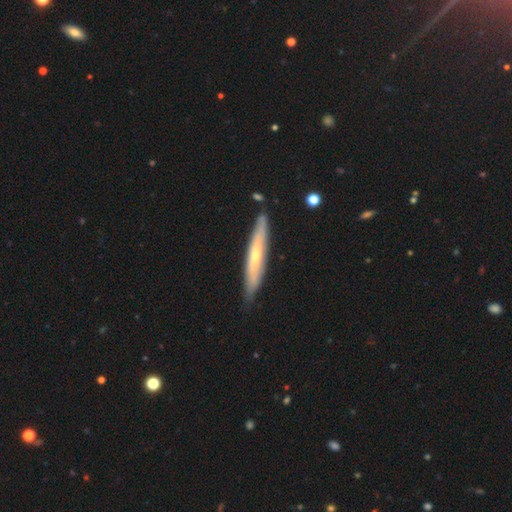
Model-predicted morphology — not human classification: Q: Smooth or featured?
A: featured or disk (52%); runner-up: smooth (43%)
Q: Edge-on disk?
A: yes (81%); runner-up: no (19%)
Q: Merging?
A: none (83%); runner-up: minor disturbance (13%)